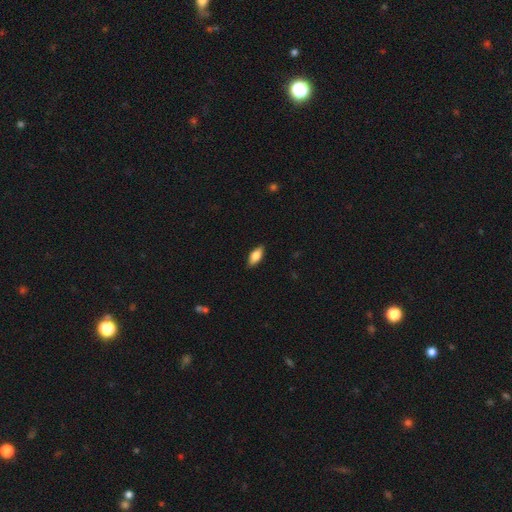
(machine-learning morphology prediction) Smooth or featured? smooth (75%)
How rounded? in between (85%)
Merging? none (87%)